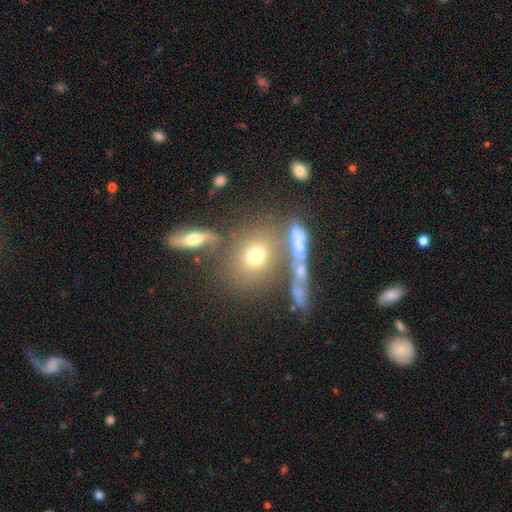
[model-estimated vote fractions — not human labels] A smooth galaxy with no disk features (66%) that is round (59%).

Vote fractions:
- Smooth or featured? smooth: 66% / featured or disk: 21% / star or artifact: 14%
- How rounded? round: 59% / in between: 36% / cigar-shaped: 5%
- Merging? none: 58% / merger: 21% / minor disturbance: 13% / major disturbance: 8%